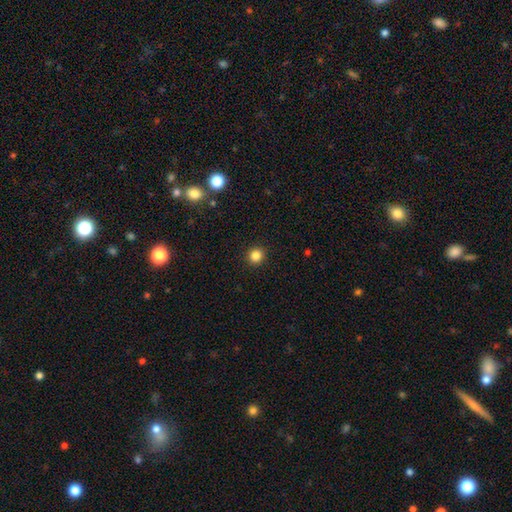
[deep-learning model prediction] Smooth or featured: smooth — 84% (star or artifact — 12%)
How rounded: round — 93% (in between — 6%)
Merging: none — 93% (minor disturbance — 4%)